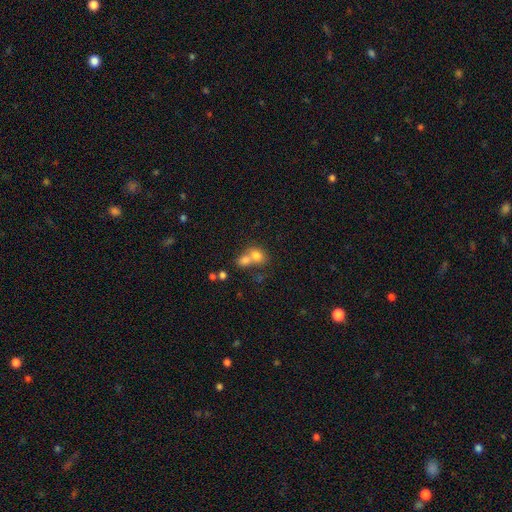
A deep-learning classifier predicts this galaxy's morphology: type=smooth (74%); roundness=in between (53%); merging=merger (64%).